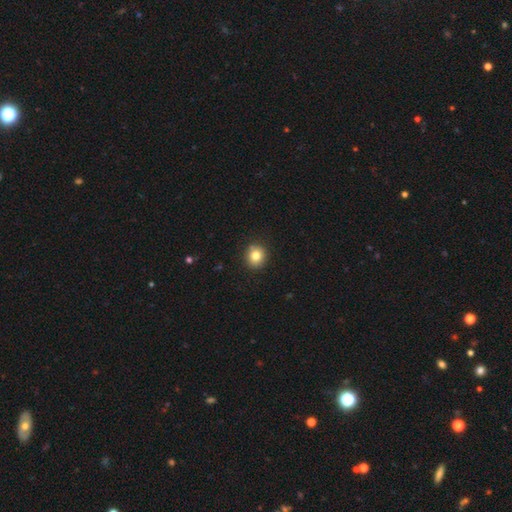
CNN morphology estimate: A smooth galaxy with no disk features (81%) that is round (82%).

Vote fractions:
- Smooth or featured? smooth: 81% / star or artifact: 11% / featured or disk: 8%
- How rounded? round: 82% / in between: 17% / cigar-shaped: 1%
- Merging? none: 88% / minor disturbance: 8% / major disturbance: 2% / merger: 1%